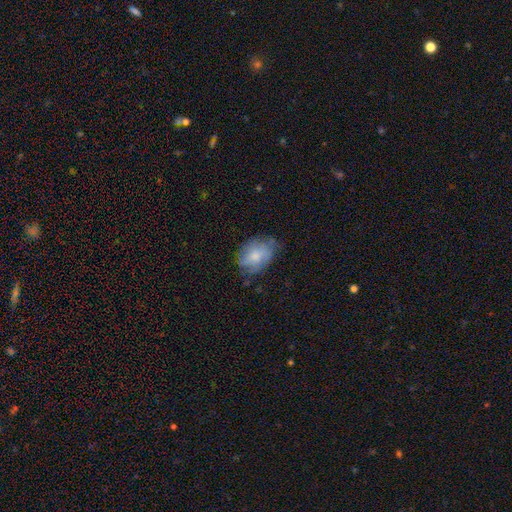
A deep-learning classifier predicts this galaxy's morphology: The model was most divided on "merging": none: 58%, minor disturbance: 30%, major disturbance: 10%, merger: 2%. More confident: how rounded — in between (75%); smooth or featured — smooth (66%).